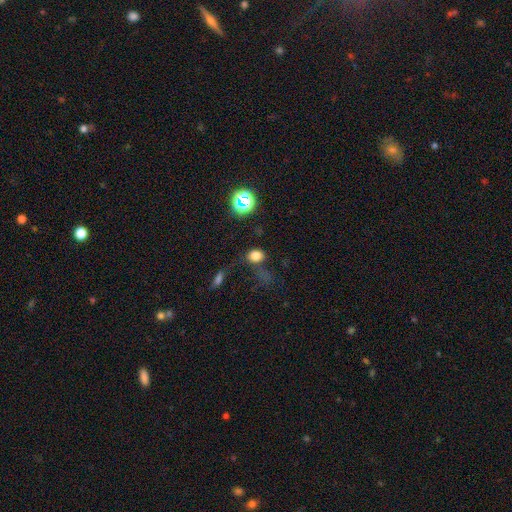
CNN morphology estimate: The model was most divided on "how rounded": round: 52%, in between: 46%, cigar-shaped: 2%. More confident: smooth or featured — smooth (74%); merging — none (53%).